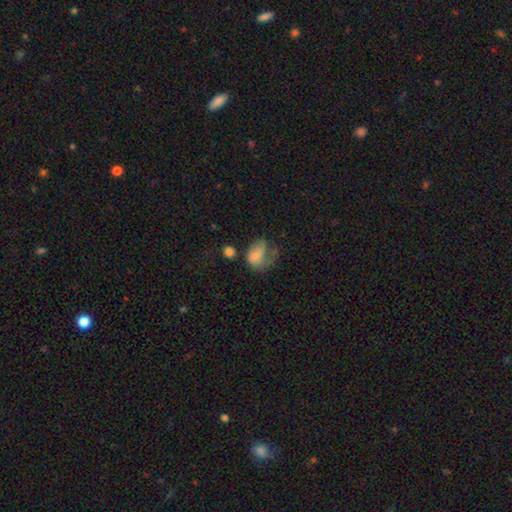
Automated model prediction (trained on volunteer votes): The model was most divided on "smooth or featured": smooth: 55%, featured or disk: 34%, star or artifact: 11%. Remaining: how rounded — in between (69%); merging — major disturbance (49%).